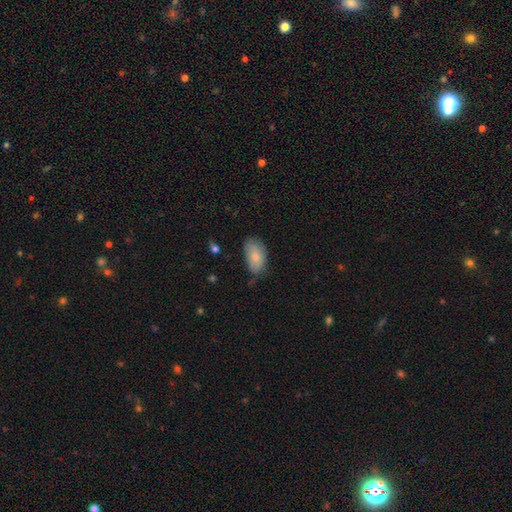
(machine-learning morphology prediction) A smooth galaxy with no disk features (78%) that is in between round and cigar-shaped (93%). Merging: none (59%).